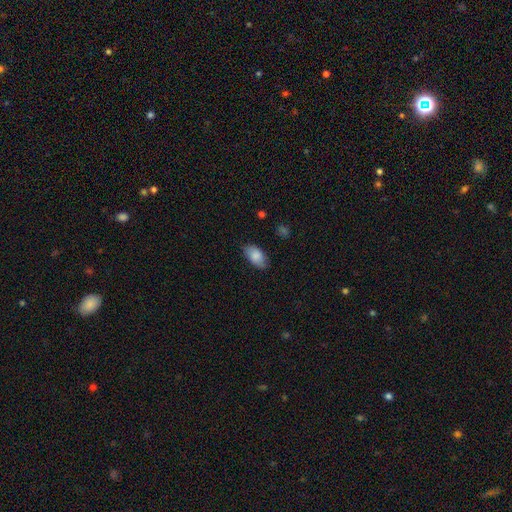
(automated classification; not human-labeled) The model was most divided on "merging": none: 81%, minor disturbance: 15%, major disturbance: 3%, merger: 1%. More confident: how rounded — in between (94%); smooth or featured — smooth (85%).